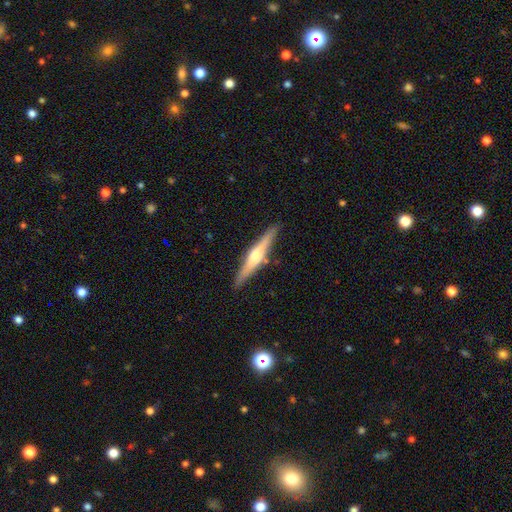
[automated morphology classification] smooth_or_featured: featured or disk (p=0.70) [alt: smooth p=0.25]
disk_edge_on: yes (p=0.97) [alt: no p=0.03]
edge_on_bulge: rounded (p=0.84) [alt: boxy p=0.10]
merging: none (p=0.89) [alt: minor disturbance p=0.08]